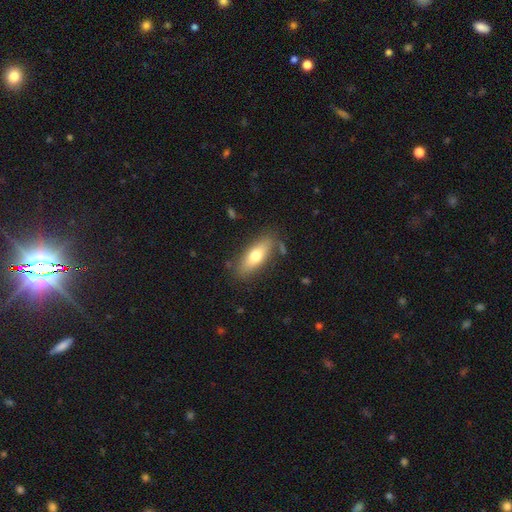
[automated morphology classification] Smooth or featured? smooth (66%)
How rounded? in between (61%)
Merging? none (79%)